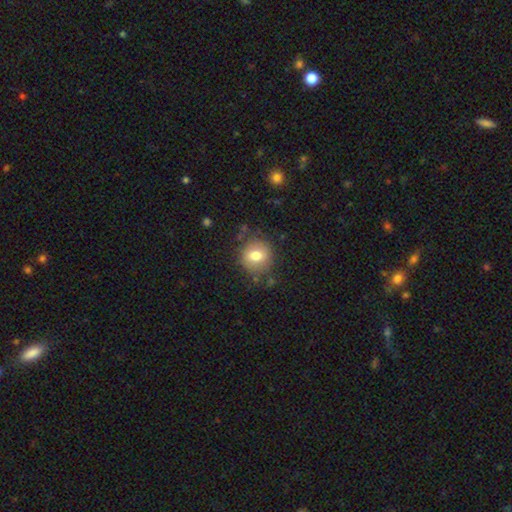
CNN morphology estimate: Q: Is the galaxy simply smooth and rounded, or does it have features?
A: smooth — 75%.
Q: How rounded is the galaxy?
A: round — 83%.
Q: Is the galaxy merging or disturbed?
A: none — 80%.